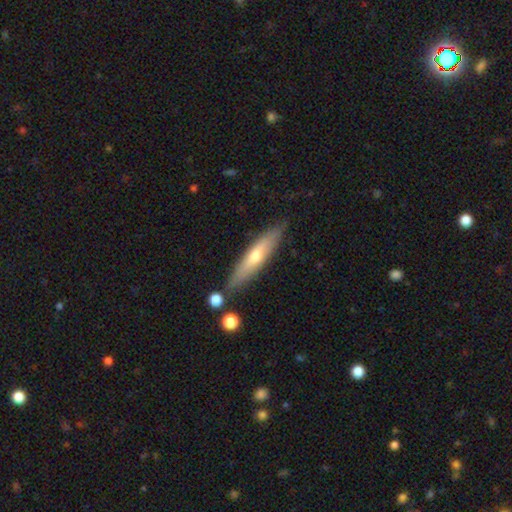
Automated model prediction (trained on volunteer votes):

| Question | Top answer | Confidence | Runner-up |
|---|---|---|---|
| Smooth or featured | smooth | 48% | featured or disk (46%) |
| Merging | none | 80% | minor disturbance (13%) |